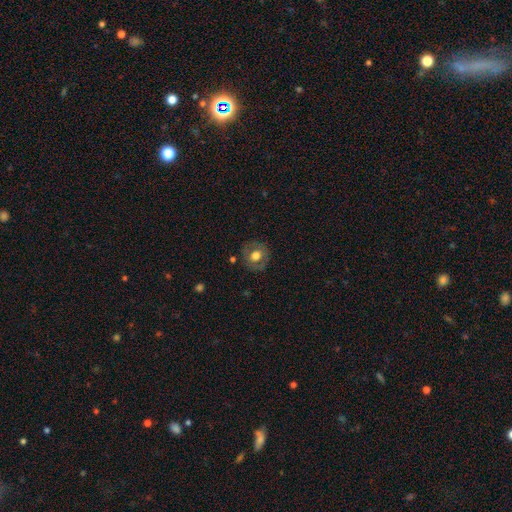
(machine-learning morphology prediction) Overall: smooth (60%; featured or disk 31%). How rounded: round (87%). Merging: none (85%).